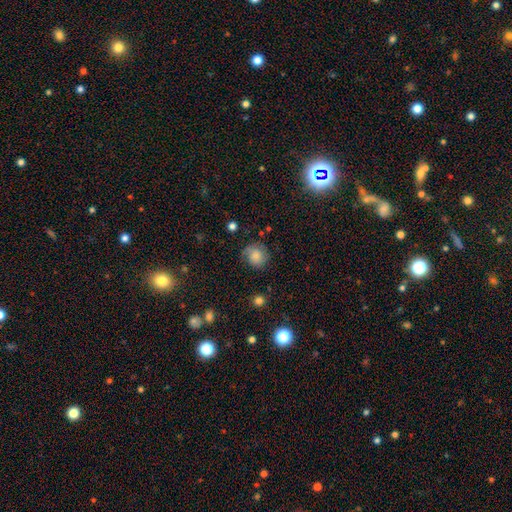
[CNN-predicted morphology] This is likely a smooth galaxy (75%). How rounded: clearly round (83%). Merging: likely none (68%).